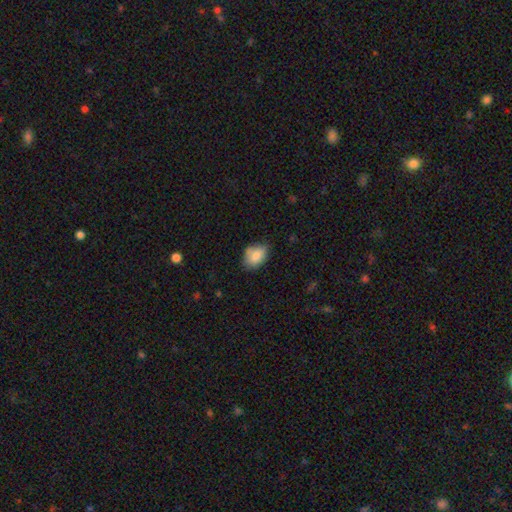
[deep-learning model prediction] smooth 82%, featured or disk 10%, star or artifact 8%. Down the decision tree: how rounded — in between (79%); merging — none (64%).